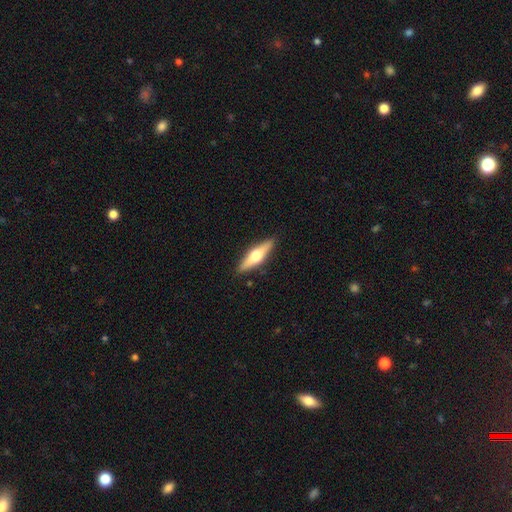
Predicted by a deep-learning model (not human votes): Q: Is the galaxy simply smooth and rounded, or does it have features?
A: featured or disk — 57%.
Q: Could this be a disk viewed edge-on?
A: yes — 95%.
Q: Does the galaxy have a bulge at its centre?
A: rounded — 95%.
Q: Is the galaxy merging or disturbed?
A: none — 90%.